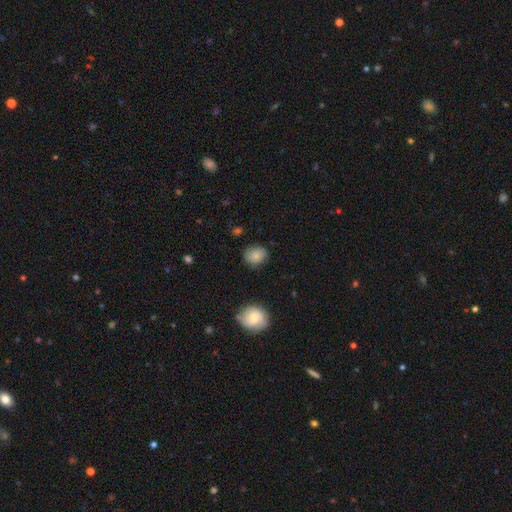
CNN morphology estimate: The model was most divided on "how rounded": round: 51%, in between: 48%, cigar-shaped: 1%. More confident: smooth or featured — smooth (79%); merging — none (78%).